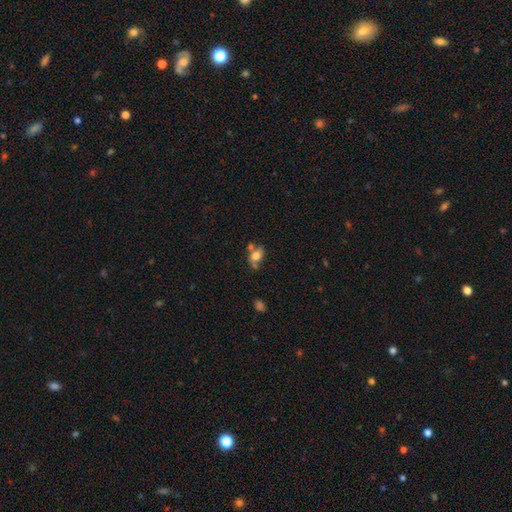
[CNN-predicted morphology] smooth-or-featured: smooth: 71% | featured or disk: 19% | star or artifact: 10%
  how-rounded: in between: 81% | round: 15% | cigar-shaped: 3%
  merging: none: 46% | merger: 27% | minor disturbance: 20% | major disturbance: 8%